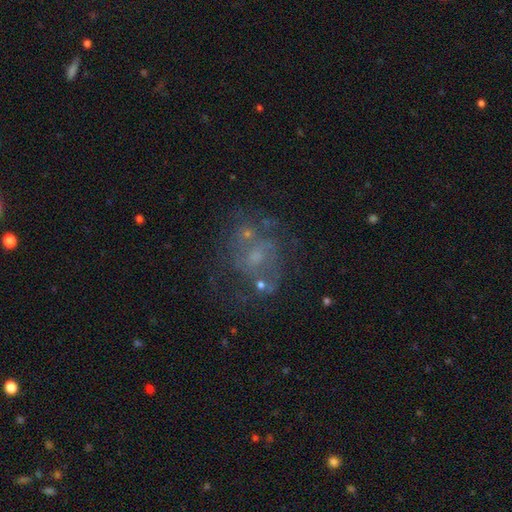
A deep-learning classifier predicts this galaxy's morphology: This is possibly a featured or disk galaxy (58%). It is clearly not viewed edge-on (97%). Bar: likely no (75%). Spiral arm pattern: possibly yes (55%). Central bulge: possibly small (53%). Merging: possibly none (54%).